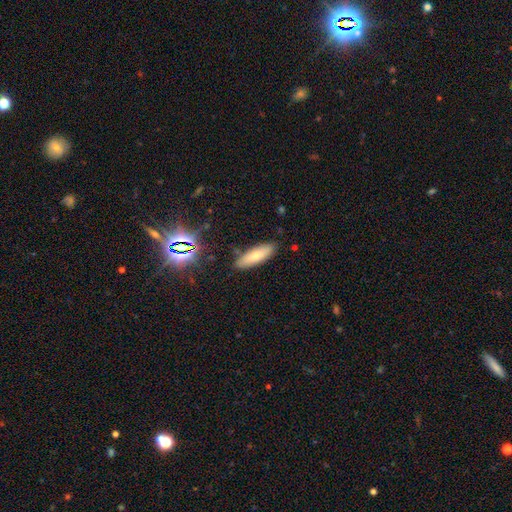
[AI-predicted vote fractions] smooth 72%, featured or disk 19%, star or artifact 9%. Down the decision tree: how rounded — in between (50%); merging — none (85%).